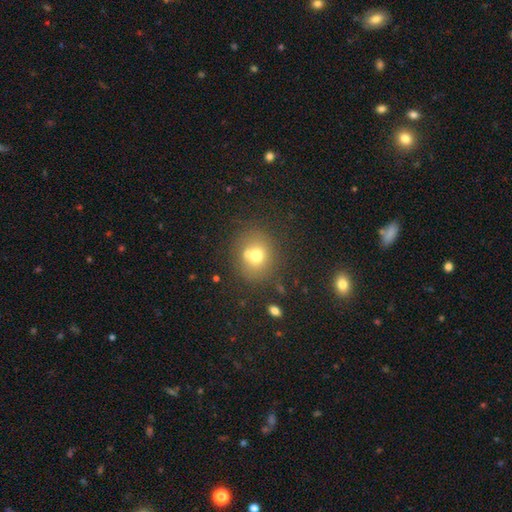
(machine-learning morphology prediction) type=smooth (68%); roundness=round (76%); merging=none (62%).